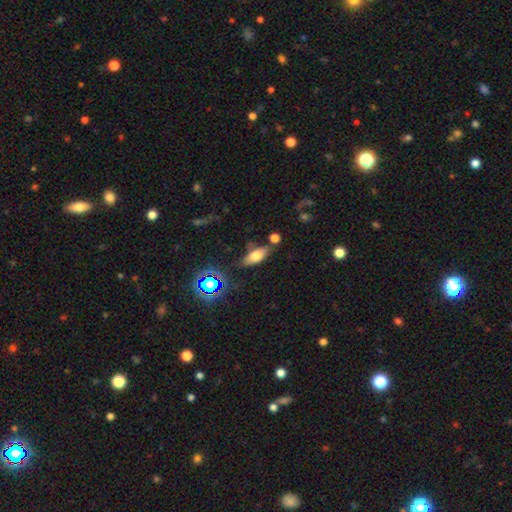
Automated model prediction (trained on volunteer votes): Smooth or featured? smooth (63%)
How rounded? in between (75%)
Merging? none (66%)